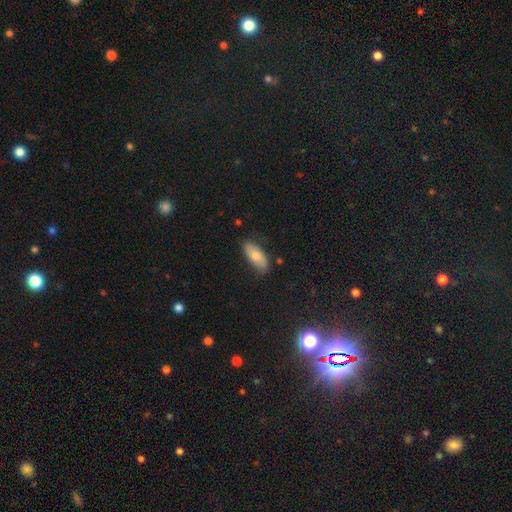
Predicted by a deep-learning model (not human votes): Smooth or featured: smooth — 66% (featured or disk — 27%)
How rounded: in between — 84% (cigar-shaped — 13%)
Merging: none — 79% (minor disturbance — 17%)